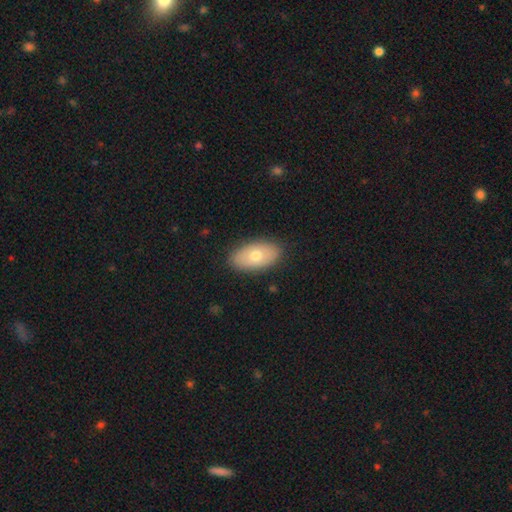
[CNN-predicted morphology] Smooth or featured?
  - smooth: 67% *
  - featured or disk: 26%
  - star or artifact: 6%
How rounded?
  - in between: 93% *
  - round: 5%
  - cigar-shaped: 2%
Merging?
  - none: 88% *
  - minor disturbance: 9%
  - major disturbance: 2%
  - merger: 1%